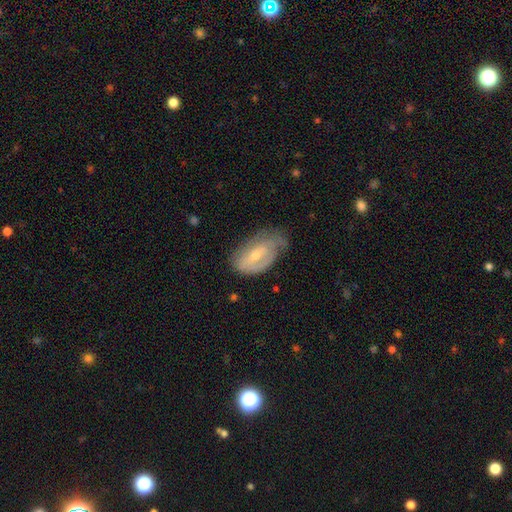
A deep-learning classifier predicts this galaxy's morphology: Smooth or featured? featured or disk (59%)
Edge-on disk? no (93%)
Bar? no (47%)
Spiral arms? yes (70%)
Bulge size? small (56%)
Merging? none (45%)